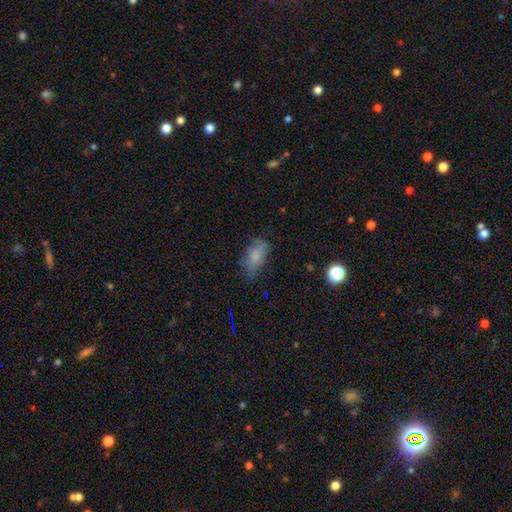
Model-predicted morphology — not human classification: smooth_or_featured: smooth (p=0.76) [alt: featured or disk p=0.14]
how_rounded: in between (p=0.87) [alt: cigar-shaped p=0.08]
merging: none (p=0.59) [alt: minor disturbance p=0.29]